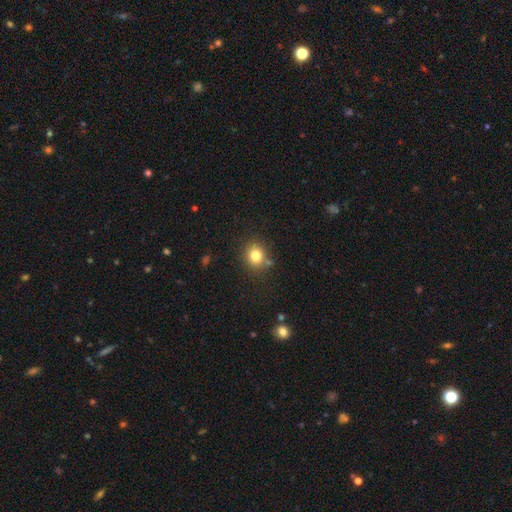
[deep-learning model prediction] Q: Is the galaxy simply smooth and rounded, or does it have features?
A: smooth — 81%.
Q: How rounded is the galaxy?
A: round — 76%.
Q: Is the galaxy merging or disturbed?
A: none — 80%.